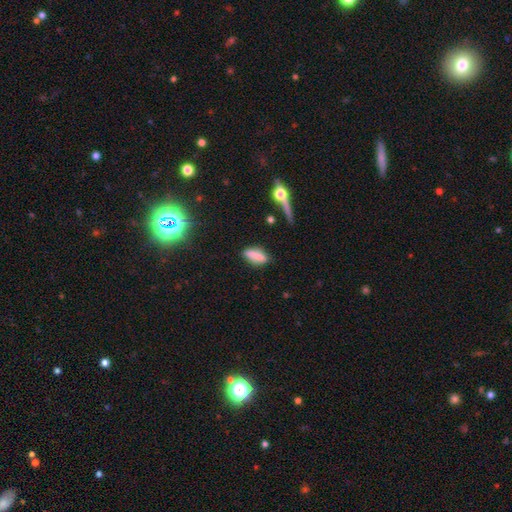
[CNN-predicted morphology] This appears to be a smooth galaxy with no disk features (79%) that is in between round and cigar-shaped (64%). Merging: none (79%).